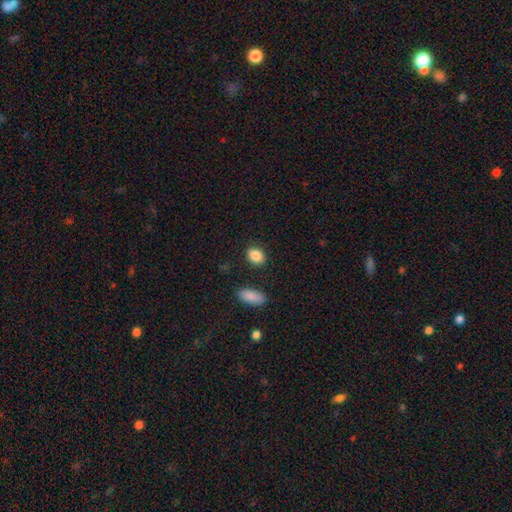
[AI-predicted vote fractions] This is clearly a smooth galaxy (88%). How rounded: likely in between (65%). Merging: clearly none (87%).